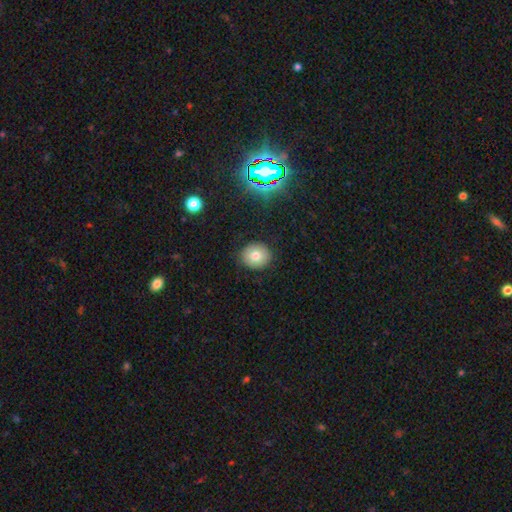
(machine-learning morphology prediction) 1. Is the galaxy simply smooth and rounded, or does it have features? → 74% smooth, 13% star or artifact, 13% featured or disk.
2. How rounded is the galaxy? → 84% round, 16% in between, 1% cigar-shaped.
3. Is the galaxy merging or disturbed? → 89% none, 8% minor disturbance, 2% major disturbance, 1% merger.